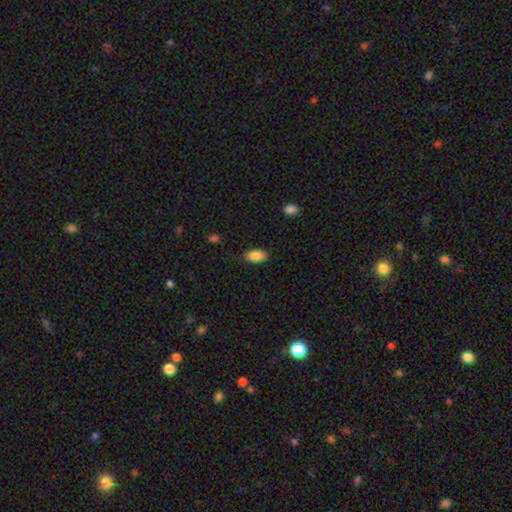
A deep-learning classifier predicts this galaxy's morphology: Q: Smooth or featured?
A: smooth (88%); runner-up: star or artifact (7%)
Q: How rounded?
A: in between (92%); runner-up: round (5%)
Q: Merging?
A: none (83%); runner-up: minor disturbance (13%)